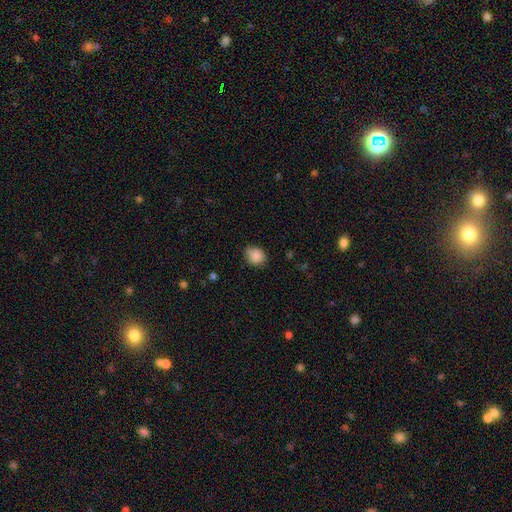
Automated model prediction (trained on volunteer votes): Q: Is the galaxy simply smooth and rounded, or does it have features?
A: smooth — 87%.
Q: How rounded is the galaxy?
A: round — 69%.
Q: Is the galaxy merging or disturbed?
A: none — 71%.